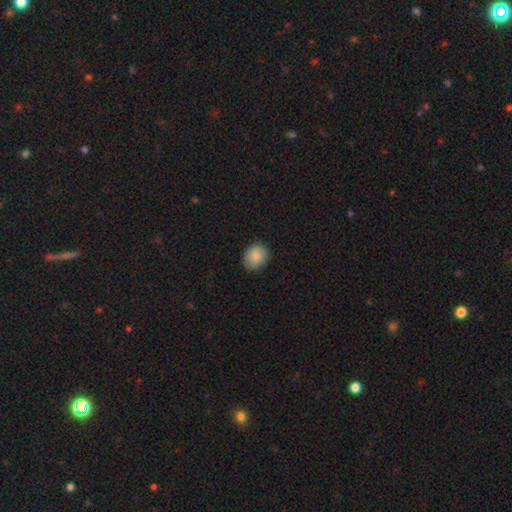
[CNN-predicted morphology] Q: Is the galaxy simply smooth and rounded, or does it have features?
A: smooth — 86%.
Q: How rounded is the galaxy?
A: round — 65%.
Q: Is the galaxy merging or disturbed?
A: none — 85%.